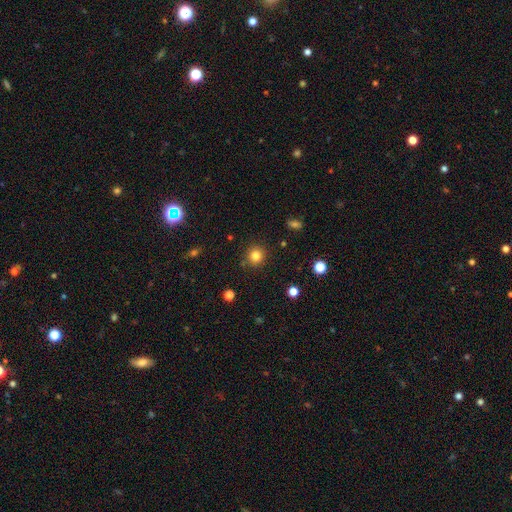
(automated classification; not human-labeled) Smooth or featured: smooth — 82% (star or artifact — 13%)
How rounded: round — 91% (in between — 8%)
Merging: none — 86% (minor disturbance — 9%)